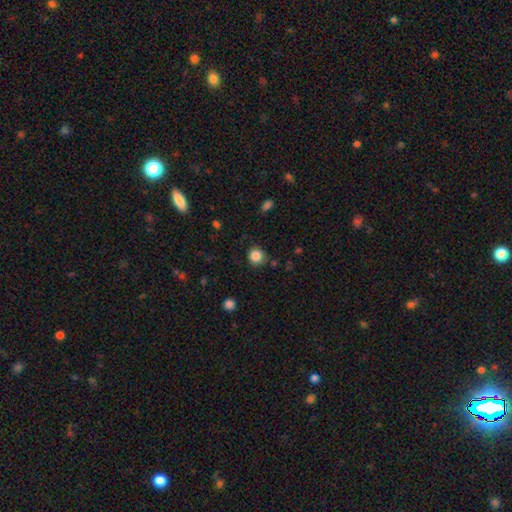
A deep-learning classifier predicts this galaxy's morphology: This appears to be a smooth galaxy with no disk features (85%) that is round (91%). Merging: none (85%).